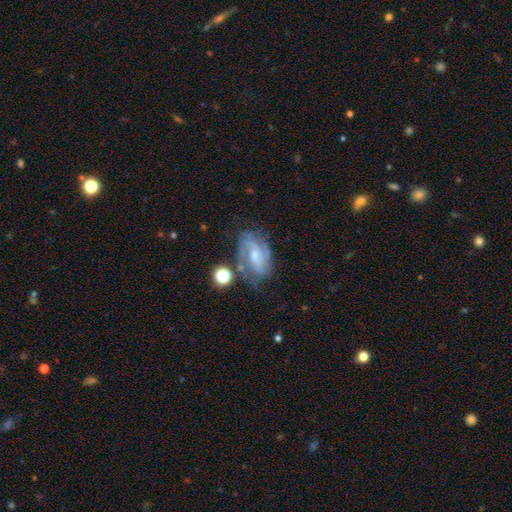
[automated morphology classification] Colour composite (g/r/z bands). It shows a featured or disk galaxy (79%) with no bar (44%, tied with weak), 2 (54%) medium (47%) spiral arms (92%) and a small central bulge (60%). Merging: none (59%).